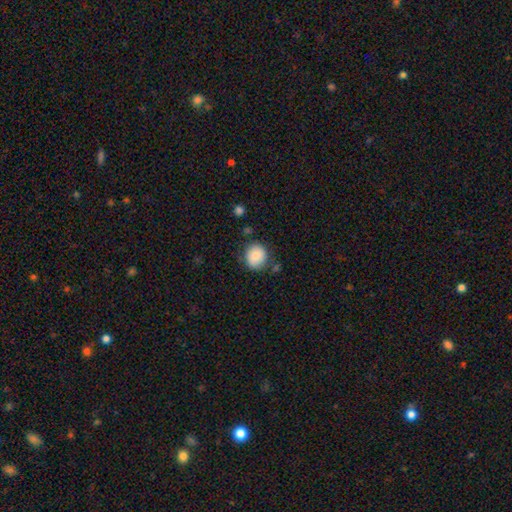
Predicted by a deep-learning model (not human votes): A smooth galaxy with no disk features (81%) that is round (78%). Merging: none (79%).